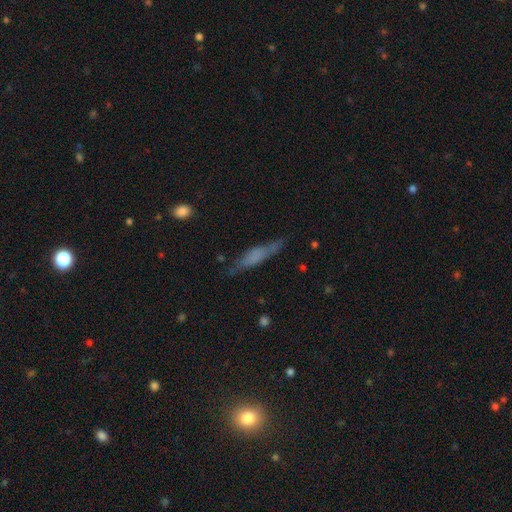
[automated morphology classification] This is possibly a smooth galaxy (50%). How rounded: clearly cigar-shaped (84%). Merging: likely none (72%).